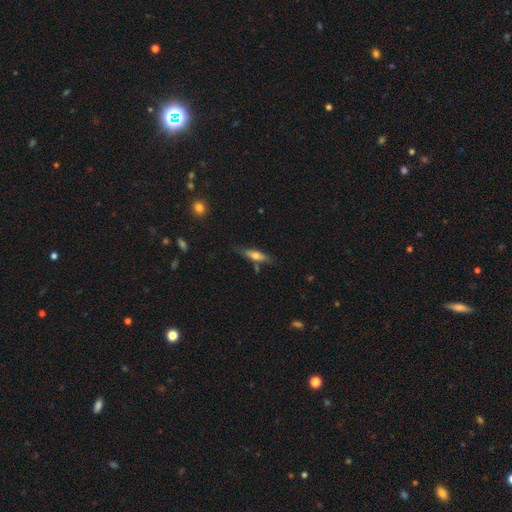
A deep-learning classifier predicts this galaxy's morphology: Smooth or featured? Predicted: smooth (p=0.52). How rounded? Predicted: cigar-shaped (p=0.67). Merging? Predicted: none (p=0.73).